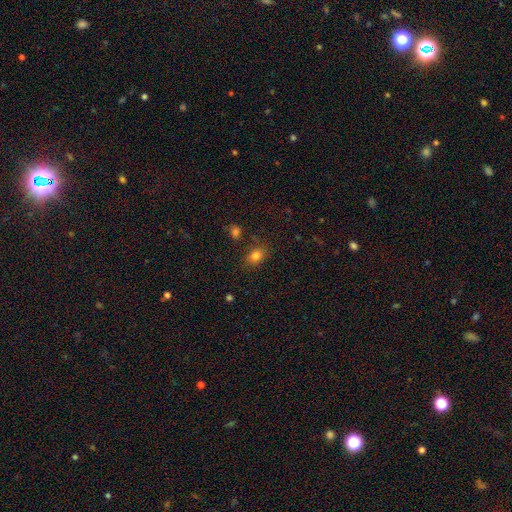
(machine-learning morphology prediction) A smooth galaxy with no disk features (81%) that is in between round and cigar-shaped (68%). Merging: none (79%).